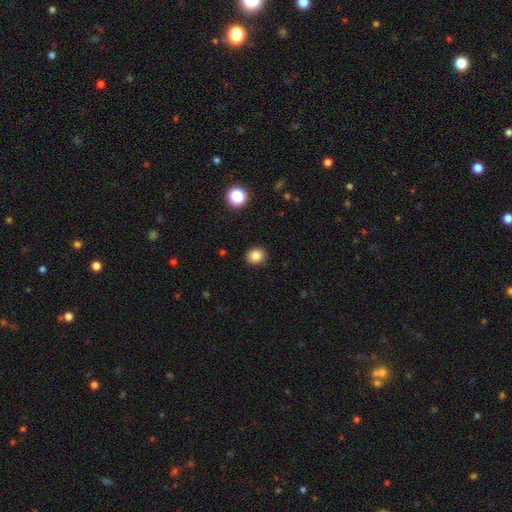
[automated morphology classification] Smooth or featured? smooth (84%)
How rounded? round (78%)
Merging? none (91%)